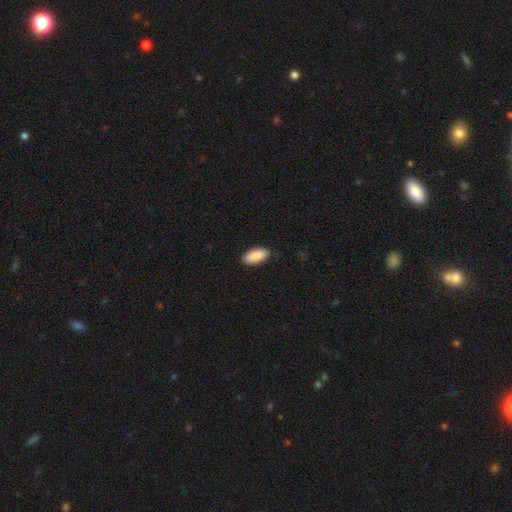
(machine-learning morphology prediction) A smooth galaxy with no disk features (91%) that is in between round and cigar-shaped (91%). Merging: none (87%).